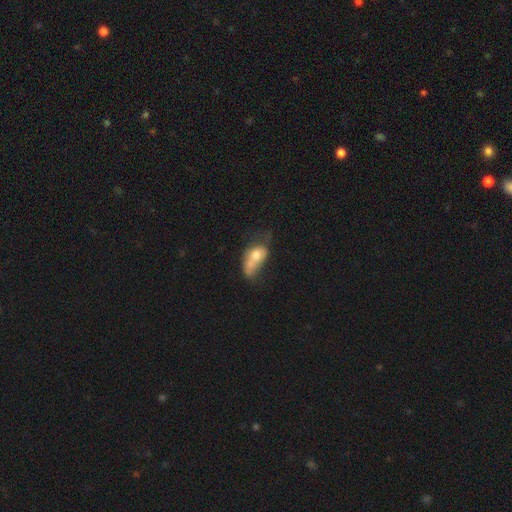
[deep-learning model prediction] A smooth galaxy with no disk features (58%) that is in between round and cigar-shaped (81%).

Vote fractions:
- Smooth or featured? smooth: 58% / featured or disk: 32% / star or artifact: 10%
- How rounded? in between: 81% / round: 13% / cigar-shaped: 6%
- Merging? merger: 43% / major disturbance: 22% / none: 17% / minor disturbance: 17%